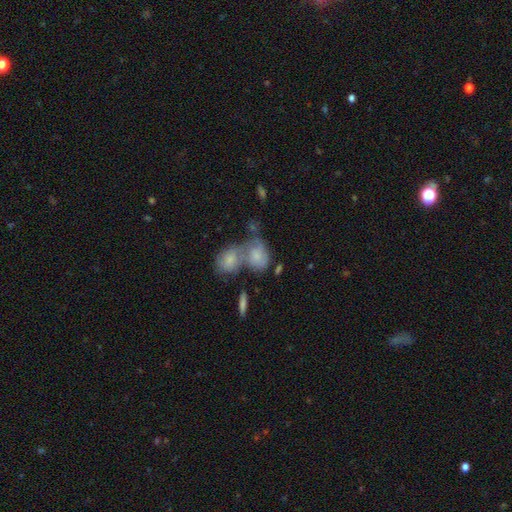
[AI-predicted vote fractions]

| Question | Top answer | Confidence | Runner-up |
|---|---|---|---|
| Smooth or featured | smooth | 62% | featured or disk (28%) |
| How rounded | in between | 63% | round (34%) |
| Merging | merger | 62% | none (22%) |